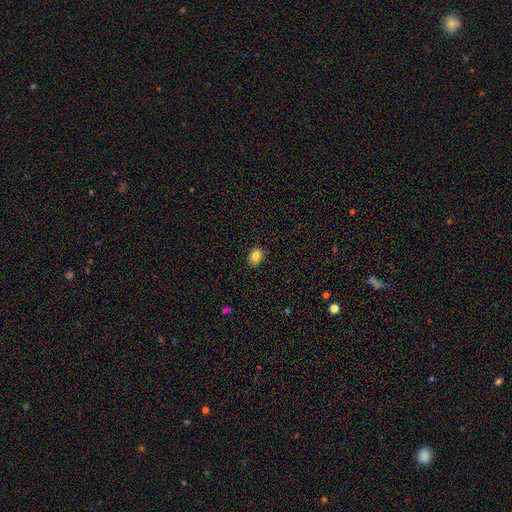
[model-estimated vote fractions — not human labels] This appears to be a smooth galaxy with no disk features (86%) that is in between round and cigar-shaped (67%). Merging: none (86%).